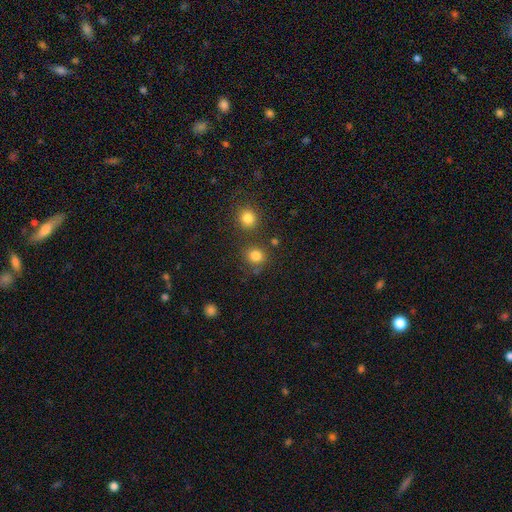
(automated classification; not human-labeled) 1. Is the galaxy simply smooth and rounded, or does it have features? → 81% smooth, 14% star or artifact, 5% featured or disk.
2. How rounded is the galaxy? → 82% round, 17% in between, 1% cigar-shaped.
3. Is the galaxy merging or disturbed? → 75% none, 11% merger, 10% minor disturbance, 4% major disturbance.